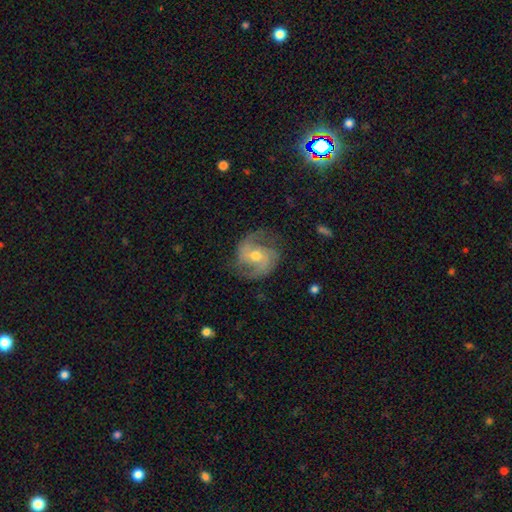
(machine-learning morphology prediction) Smooth or featured? Predicted: featured or disk (p=0.84). Edge-on disk? Predicted: no (p=0.97). Bar? Predicted: no (p=0.54). Spiral arms? Predicted: yes (p=0.96). Spiral winding? Predicted: medium (p=0.51). Spiral arm count? Predicted: 2 (p=0.69). Bulge size? Predicted: moderate (p=0.65). Merging? Predicted: none (p=0.74).